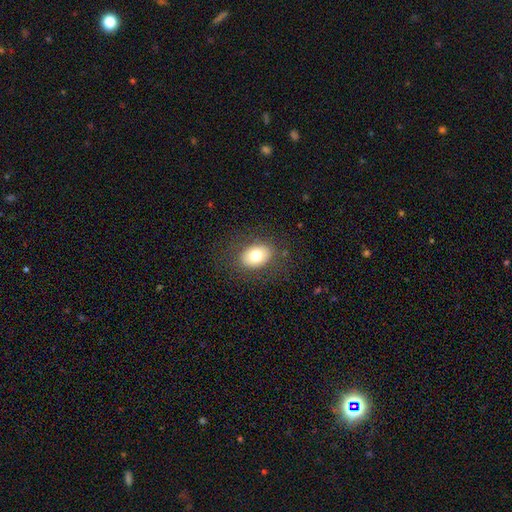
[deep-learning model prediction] Smooth or featured? smooth (75%)
How rounded? in between (70%)
Merging? none (83%)